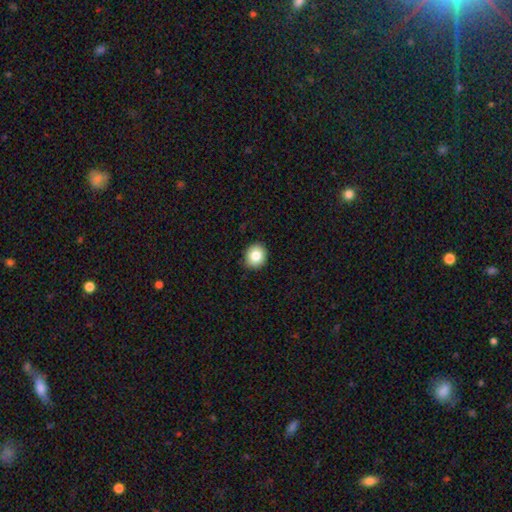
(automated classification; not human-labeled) smooth-or-featured: smooth: 82% | star or artifact: 9% | featured or disk: 9%
  how-rounded: round: 78% | in between: 22% | cigar-shaped: 1%
  merging: none: 90% | minor disturbance: 7% | major disturbance: 2% | merger: 1%